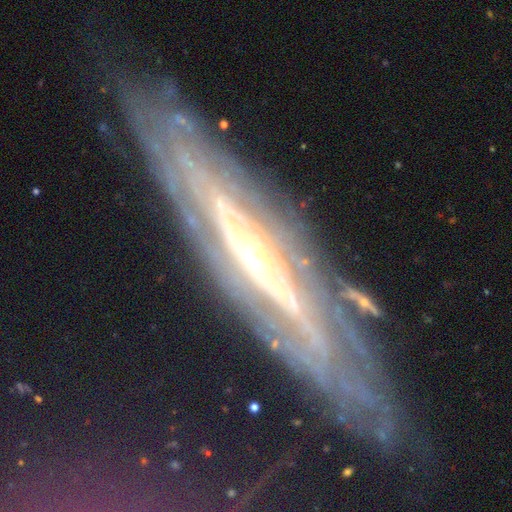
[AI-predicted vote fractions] A featured or disk galaxy (83%) viewed edge-on (59%).

Vote fractions:
- Smooth or featured? featured or disk: 83% / star or artifact: 10% / smooth: 7%
- Edge-on disk? yes: 59% / no: 41%
- Merging? none: 79% / minor disturbance: 14% / major disturbance: 5% / merger: 2%